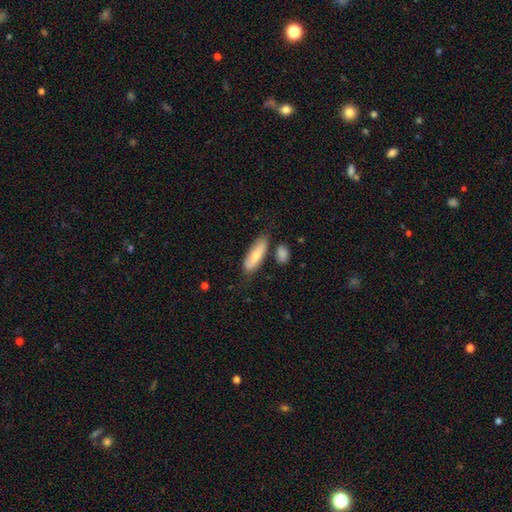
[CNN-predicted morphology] This is likely a smooth galaxy (73%). How rounded: possibly in between (56%). Merging: likely none (66%).